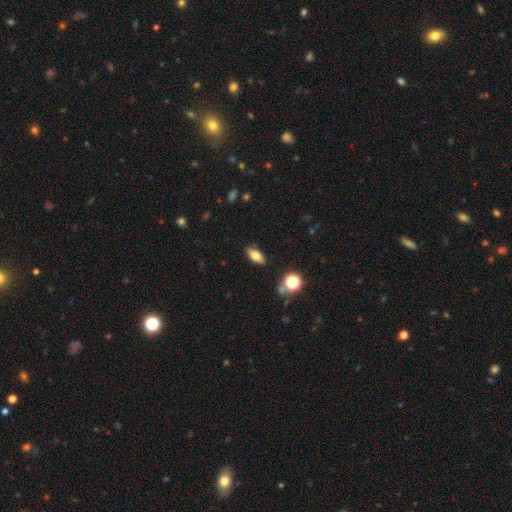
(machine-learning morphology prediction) This appears to be a smooth galaxy with no disk features (75%) that is in between round and cigar-shaped (82%). Merging: none (86%).